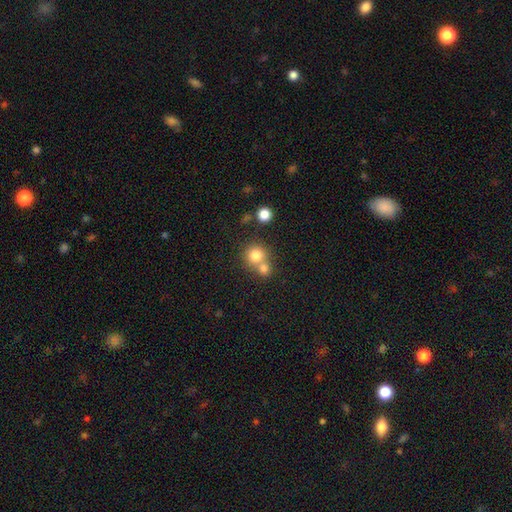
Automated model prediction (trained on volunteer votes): This is likely a smooth galaxy (79%). How rounded: clearly round (89%). Merging: possibly none (47%).